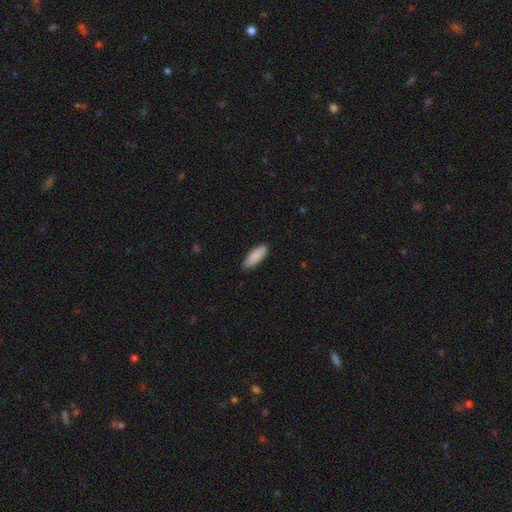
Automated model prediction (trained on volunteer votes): smooth 88%, featured or disk 6%, star or artifact 6%. Down the decision tree: how rounded — in between (66%); merging — none (84%).